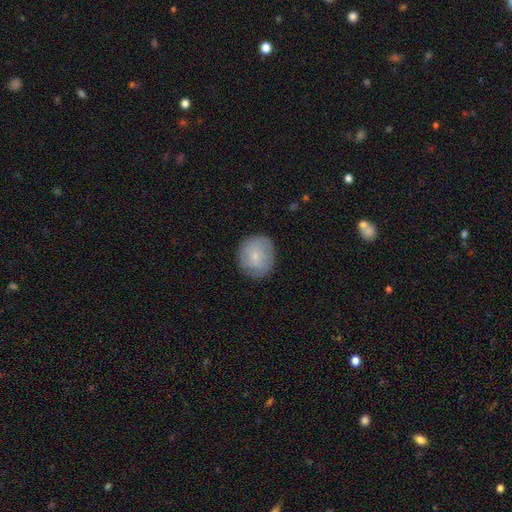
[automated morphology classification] smooth-or-featured: smooth: 68% | featured or disk: 25% | star or artifact: 7%
  how-rounded: round: 77% | in between: 22% | cigar-shaped: 1%
  merging: none: 80% | minor disturbance: 15% | major disturbance: 4% | merger: 1%